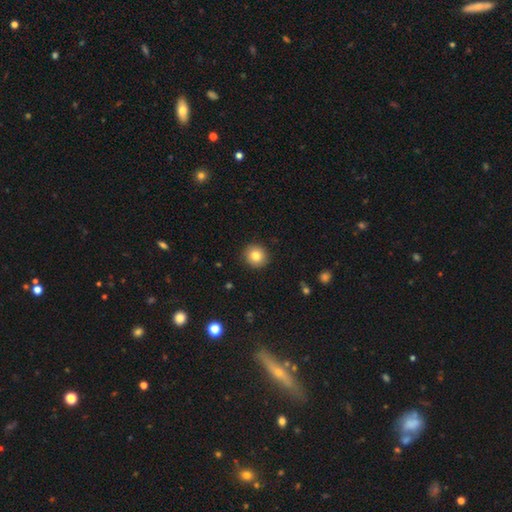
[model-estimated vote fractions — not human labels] Smooth or featured? Predicted: smooth (p=0.82). How rounded? Predicted: round (p=0.93). Merging? Predicted: none (p=0.91).